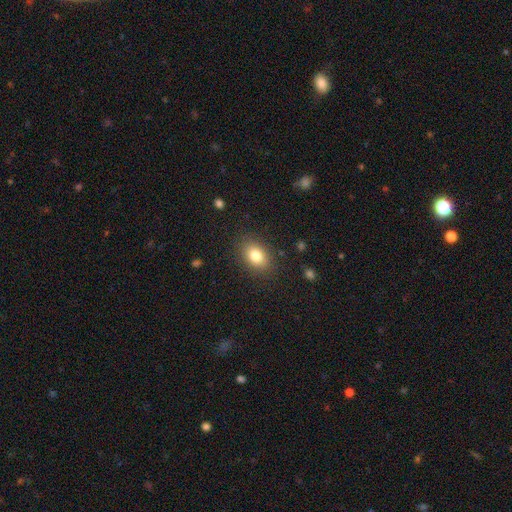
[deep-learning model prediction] smooth-or-featured: smooth: 82% | featured or disk: 9% | star or artifact: 9%
  how-rounded: in between: 79% | round: 20% | cigar-shaped: 1%
  merging: none: 86% | minor disturbance: 10% | major disturbance: 3% | merger: 1%